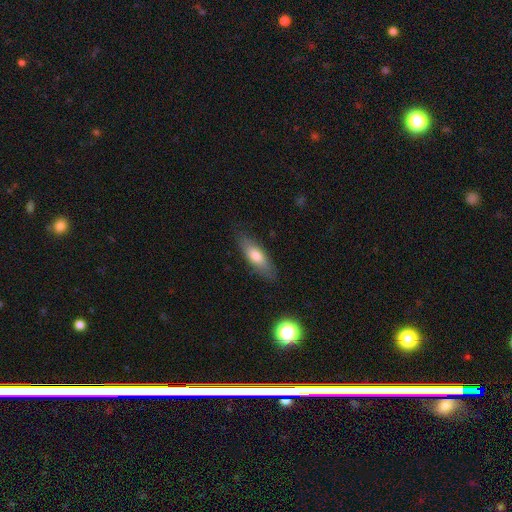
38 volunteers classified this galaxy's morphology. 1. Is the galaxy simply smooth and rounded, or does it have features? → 76% smooth, 18% featured or disk, 5% star or artifact.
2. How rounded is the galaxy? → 55% in between, 45% cigar-shaped, 0% round.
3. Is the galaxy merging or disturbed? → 83% none, 8% minor disturbance, 6% major disturbance, 3% merger.